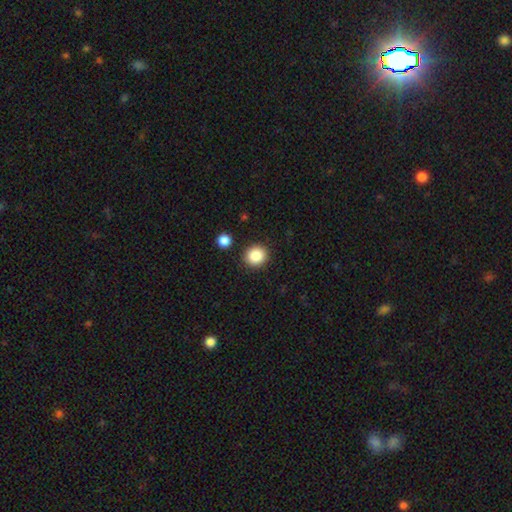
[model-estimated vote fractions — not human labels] Morphology: type=smooth (87%); roundness=round (86%); merging=none (88%).